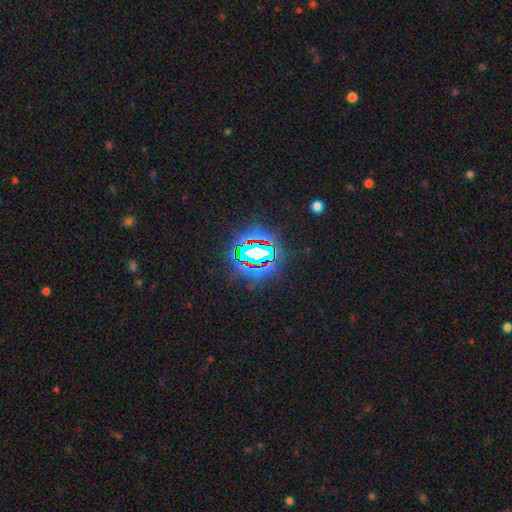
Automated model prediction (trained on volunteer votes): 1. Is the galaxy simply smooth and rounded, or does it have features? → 75% star or artifact, 14% smooth, 11% featured or disk.